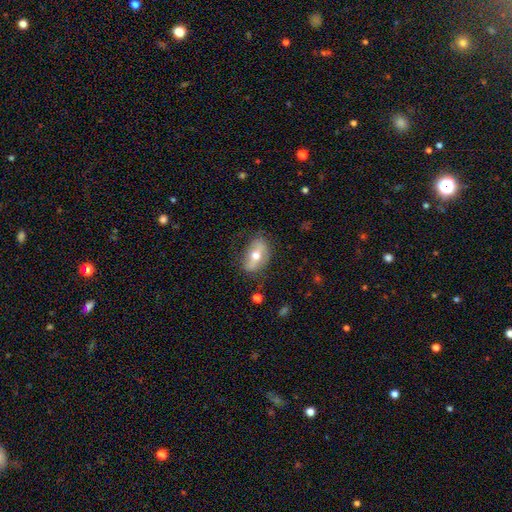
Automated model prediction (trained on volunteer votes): Smooth or featured? Predicted: smooth (p=0.47). Merging? Predicted: none (p=0.70).